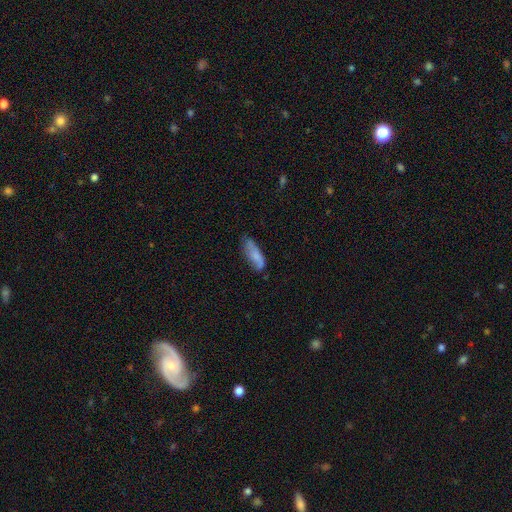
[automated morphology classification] This is likely a smooth galaxy (71%). How rounded: likely in between (63%). Merging: possibly none (56%).